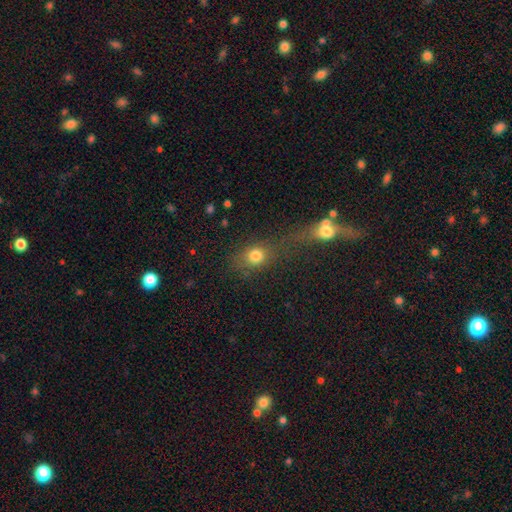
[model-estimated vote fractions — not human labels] smooth-or-featured: smooth: 76% | star or artifact: 14% | featured or disk: 10%
  how-rounded: round: 65% | in between: 32% | cigar-shaped: 4%
  merging: merger: 40% | none: 37% | major disturbance: 13% | minor disturbance: 10%